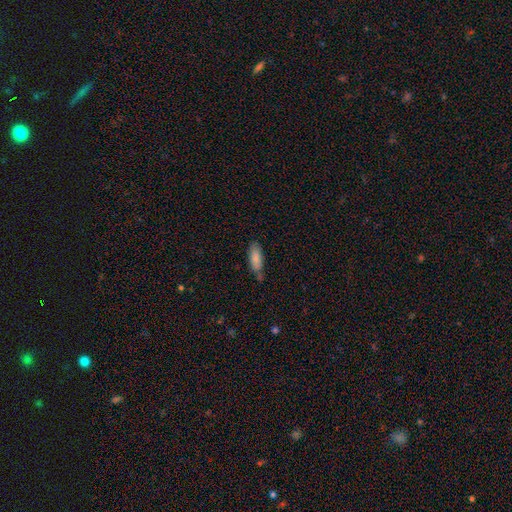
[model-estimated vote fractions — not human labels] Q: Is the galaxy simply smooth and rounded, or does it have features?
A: smooth — 82%.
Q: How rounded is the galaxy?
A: in between — 62%.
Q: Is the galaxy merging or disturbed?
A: none — 71%.